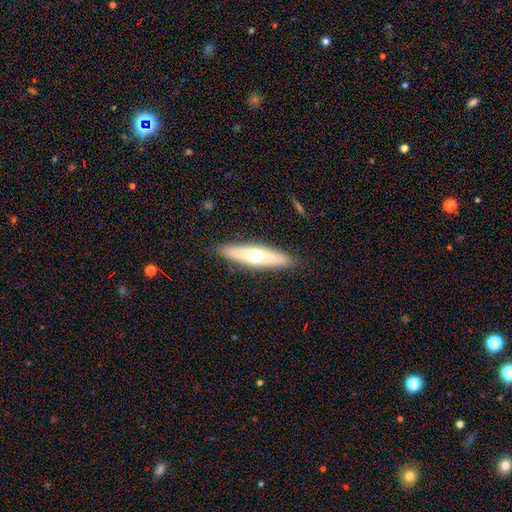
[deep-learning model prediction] Smooth or featured?
  - smooth: 51% *
  - featured or disk: 43%
  - star or artifact: 6%
How rounded?
  - cigar-shaped: 77% *
  - in between: 21%
  - round: 2%
Merging?
  - none: 89% *
  - minor disturbance: 8%
  - major disturbance: 2%
  - merger: 1%